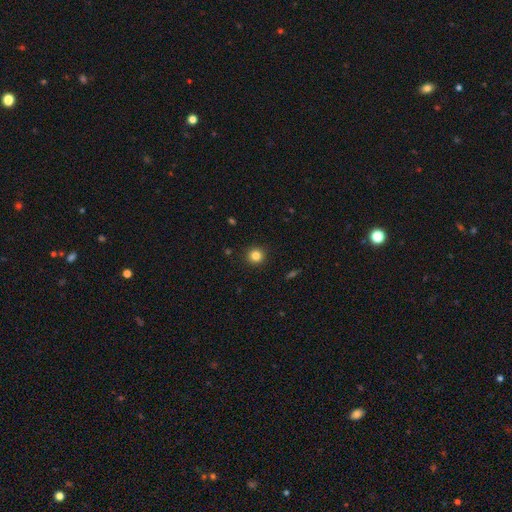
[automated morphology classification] Smooth or featured: smooth — 83% (star or artifact — 12%)
How rounded: round — 94% (in between — 5%)
Merging: none — 92% (minor disturbance — 5%)